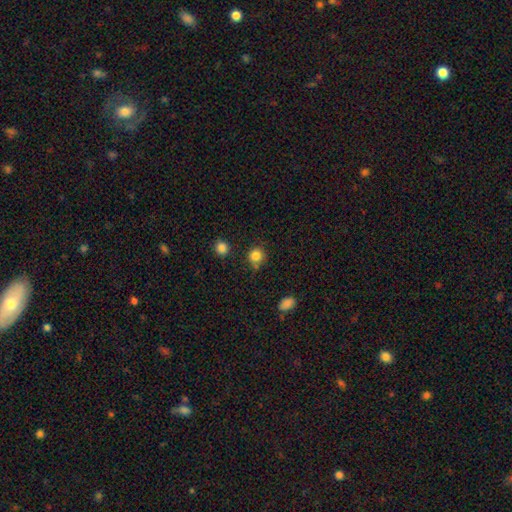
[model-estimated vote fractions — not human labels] Smooth or featured? smooth (84%)
How rounded? round (90%)
Merging? none (77%)